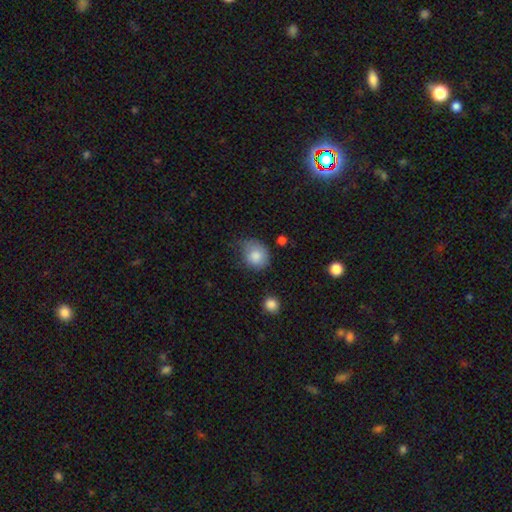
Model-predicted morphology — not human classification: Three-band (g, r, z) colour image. It shows a smooth galaxy with no disk features (83%) that is round (69%). Merging: none (44%).